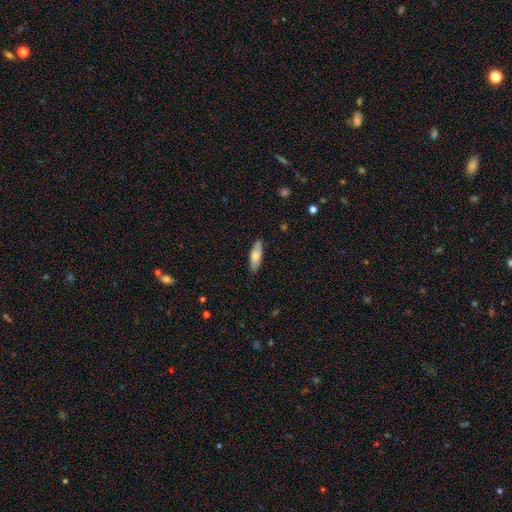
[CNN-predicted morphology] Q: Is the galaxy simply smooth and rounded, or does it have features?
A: smooth — 70%.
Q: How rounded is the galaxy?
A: in between — 59%.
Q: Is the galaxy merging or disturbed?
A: none — 85%.